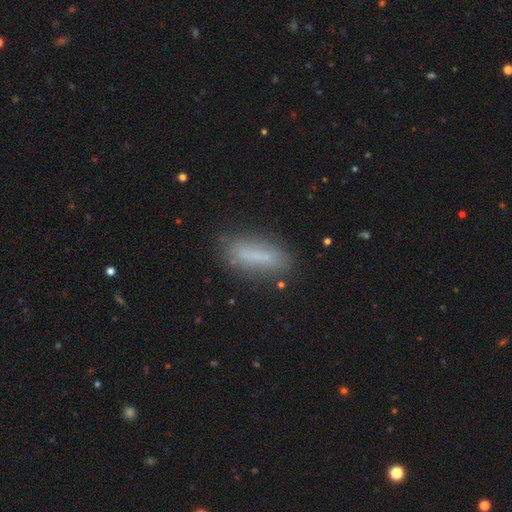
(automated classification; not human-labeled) This appears to be a smooth galaxy with no disk features (66%) that is cigar-shaped (63%). Merging: none (76%).